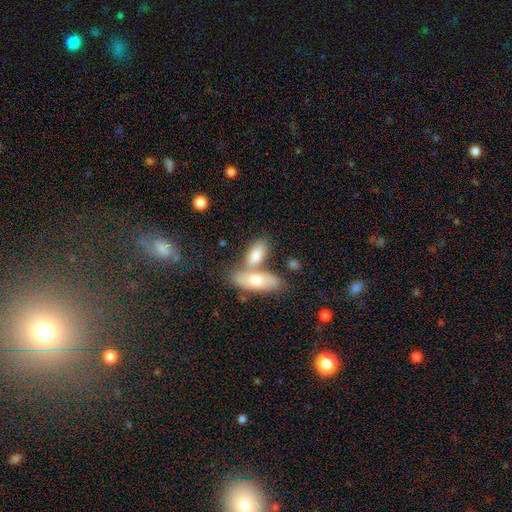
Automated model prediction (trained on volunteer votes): Smooth or featured: smooth — 76% (featured or disk — 18%)
How rounded: in between — 82% (cigar-shaped — 15%)
Merging: merger — 50% (none — 38%)